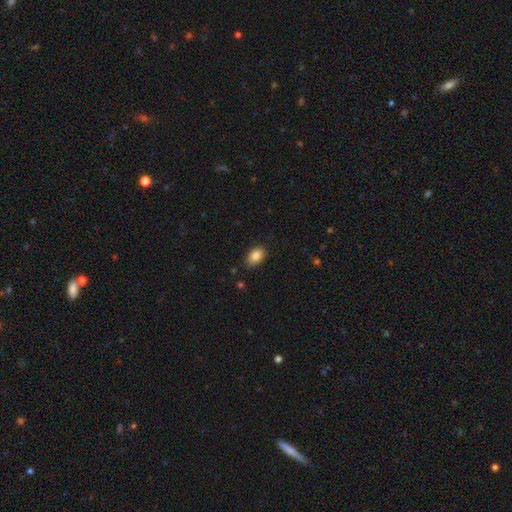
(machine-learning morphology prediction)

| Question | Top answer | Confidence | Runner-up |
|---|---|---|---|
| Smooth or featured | smooth | 85% | star or artifact (8%) |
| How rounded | in between | 89% | round (9%) |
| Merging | none | 83% | minor disturbance (13%) |